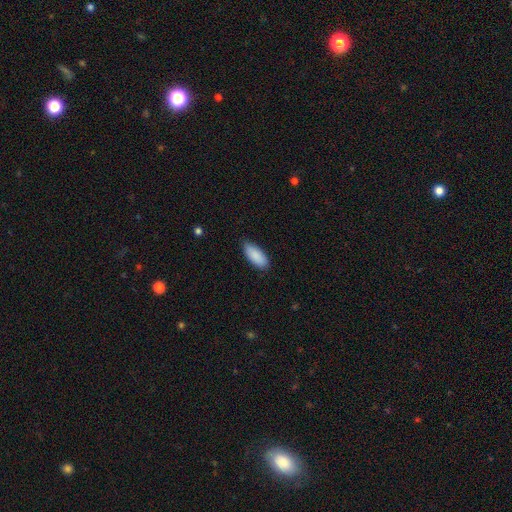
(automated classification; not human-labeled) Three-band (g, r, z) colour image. It shows a smooth galaxy with no disk features (89%) that is in between round and cigar-shaped (85%). Merging: none (81%).